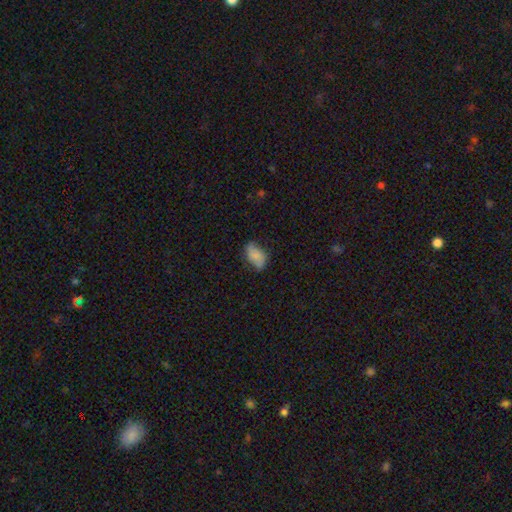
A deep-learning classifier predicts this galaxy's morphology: Smooth or featured? Predicted: smooth (p=0.74). How rounded? Predicted: in between (p=0.91). Merging? Predicted: none (p=0.61).